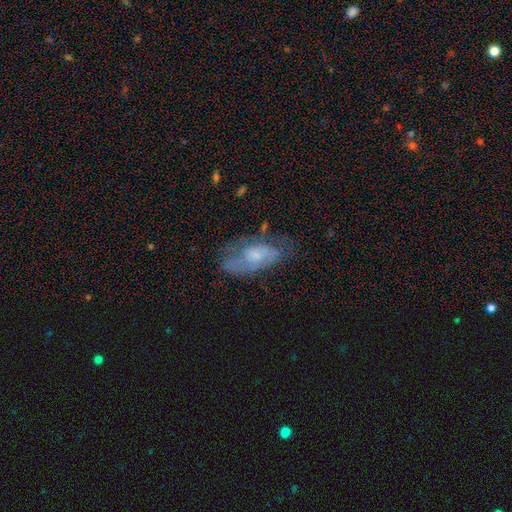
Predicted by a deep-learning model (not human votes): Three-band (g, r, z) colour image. It shows a featured or disk galaxy (53%). Merging: none (53%).